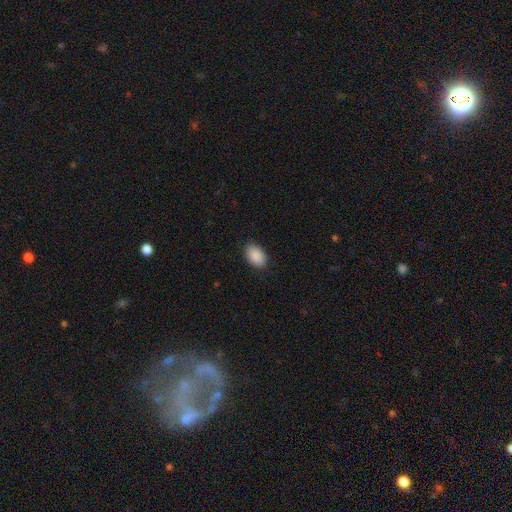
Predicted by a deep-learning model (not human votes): Morphology: type=smooth (91%); roundness=in between (91%); merging=none (88%).